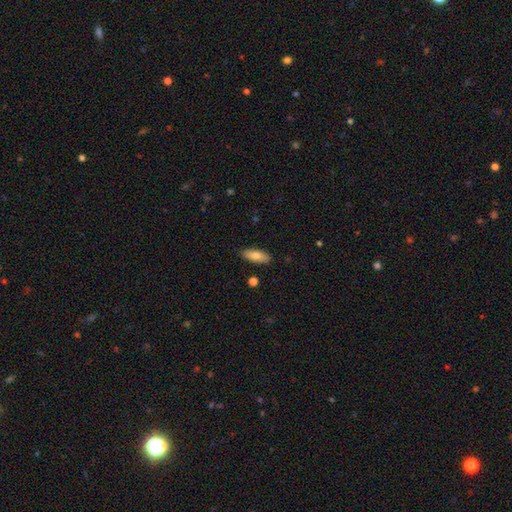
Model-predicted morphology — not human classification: type=smooth (82%); roundness=in between (73%); merging=none (87%).